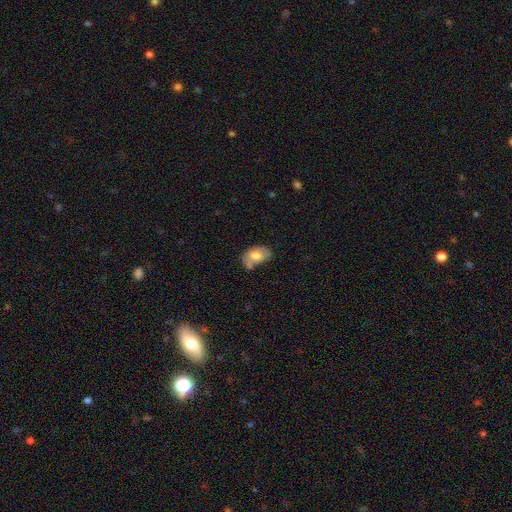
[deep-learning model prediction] smooth-or-featured: smooth: 70% | featured or disk: 23% | star or artifact: 7%
  how-rounded: in between: 89% | round: 10% | cigar-shaped: 1%
  merging: none: 41% | minor disturbance: 31% | merger: 17% | major disturbance: 11%